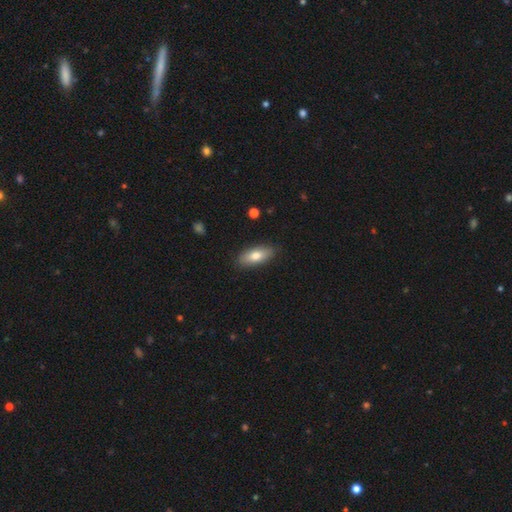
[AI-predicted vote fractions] smooth 77%, featured or disk 16%, star or artifact 6%. Down the decision tree: how rounded — in between (81%); merging — none (86%).